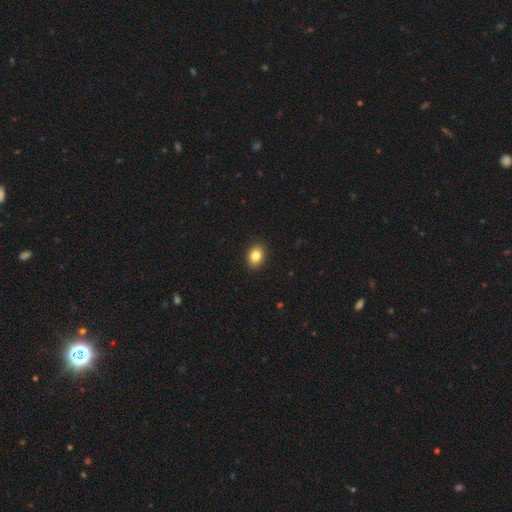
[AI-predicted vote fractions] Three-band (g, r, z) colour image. It shows a smooth galaxy with no disk features (84%) that is in between round and cigar-shaped (62%). Merging: none (91%).